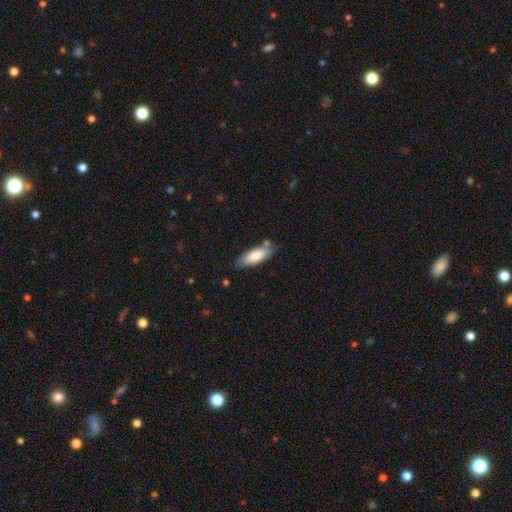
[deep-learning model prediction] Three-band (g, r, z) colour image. It shows a smooth galaxy with no disk features (80%) that is in between round and cigar-shaped (67%). Merging: none (72%).